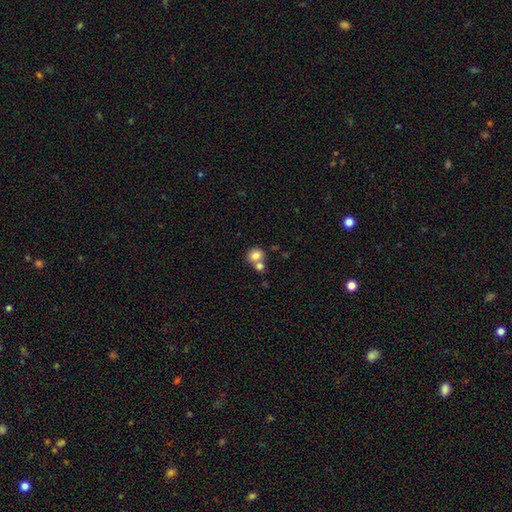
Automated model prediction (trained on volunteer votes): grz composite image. It shows a smooth galaxy with no disk features (79%) that is round (71%). Merging: merger (47%).